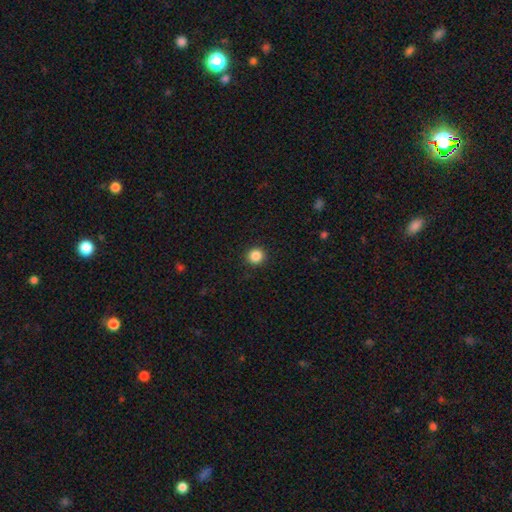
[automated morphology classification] Smooth or featured: smooth — 86% (star or artifact — 10%)
How rounded: round — 93% (in between — 6%)
Merging: none — 93% (minor disturbance — 5%)